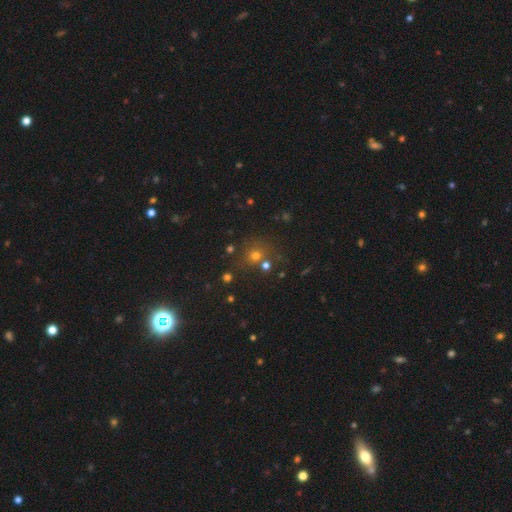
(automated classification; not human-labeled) Q: Smooth or featured?
A: smooth (58%); runner-up: star or artifact (32%)
Q: How rounded?
A: round (85%); runner-up: in between (14%)
Q: Merging?
A: none (68%); runner-up: merger (18%)